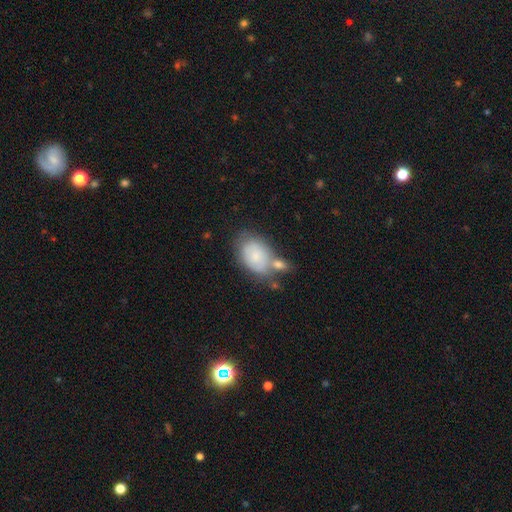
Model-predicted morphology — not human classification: Smooth or featured? Predicted: smooth (p=0.65). How rounded? Predicted: in between (p=0.84). Merging? Predicted: none (p=0.44).